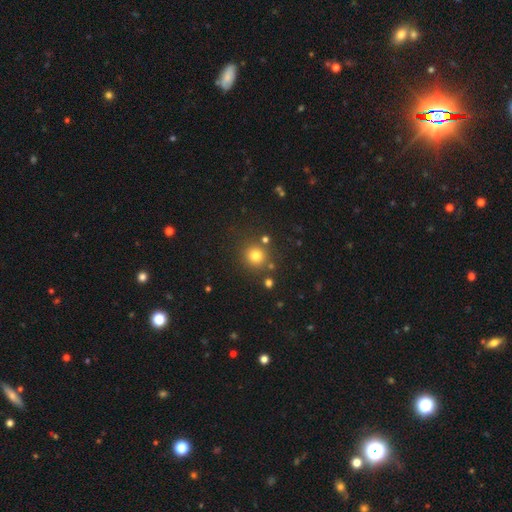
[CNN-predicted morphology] Smooth or featured?
  - smooth: 77% *
  - star or artifact: 16%
  - featured or disk: 7%
How rounded?
  - round: 93% *
  - in between: 6%
  - cigar-shaped: 1%
Merging?
  - none: 83% *
  - minor disturbance: 8%
  - merger: 7%
  - major disturbance: 3%